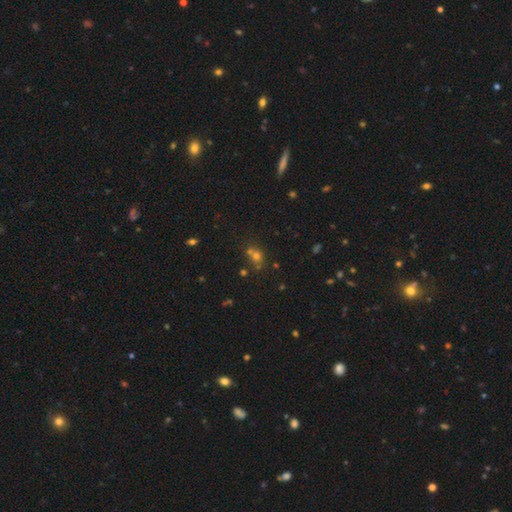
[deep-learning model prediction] Smooth or featured? smooth (54%)
How rounded? round (76%)
Merging? none (51%)